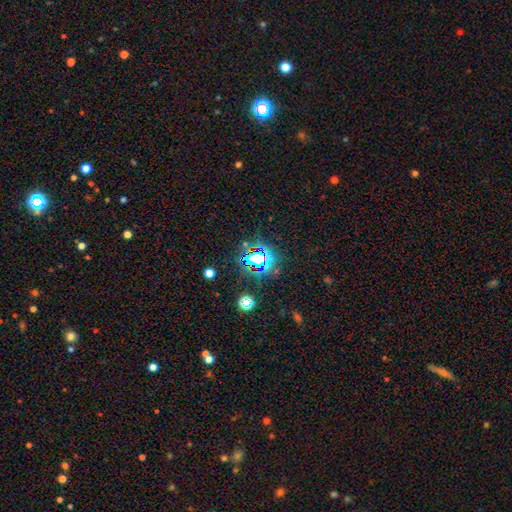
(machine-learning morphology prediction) Smooth or featured? Predicted: star or artifact (p=0.69).